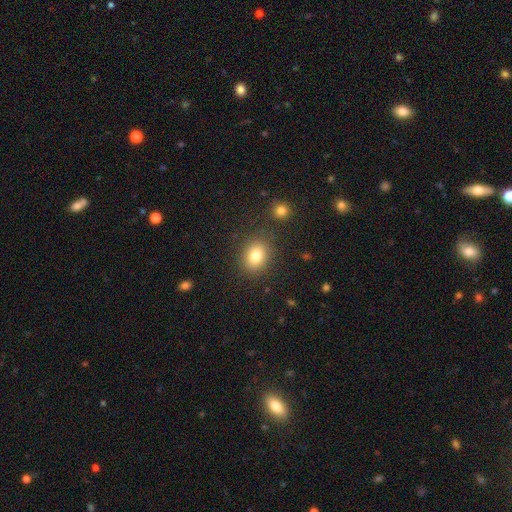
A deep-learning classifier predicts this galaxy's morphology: Smooth or featured?
  - smooth: 81% *
  - star or artifact: 11%
  - featured or disk: 8%
How rounded?
  - round: 50% *
  - in between: 49%
  - cigar-shaped: 1%
Merging?
  - none: 83% *
  - minor disturbance: 10%
  - major disturbance: 3%
  - merger: 3%